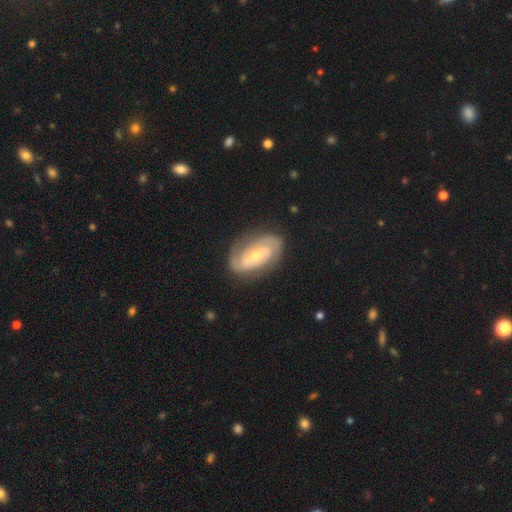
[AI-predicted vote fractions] The model was most divided on "bar": no: 43%, weak: 35%, strong: 22%. More confident: edge-on disk — no (96%); spiral arms — yes (93%); smooth or featured — featured or disk (82%); merging — none (80%); spiral arm count — 2 (76%); bulge size — small (64%); spiral winding — tight (56%).